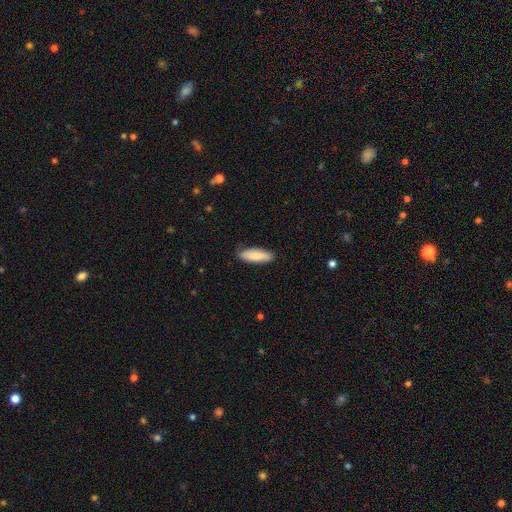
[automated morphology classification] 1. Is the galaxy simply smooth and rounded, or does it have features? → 77% smooth, 17% featured or disk, 6% star or artifact.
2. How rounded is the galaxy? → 57% in between, 41% cigar-shaped, 2% round.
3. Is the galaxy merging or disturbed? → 79% none, 17% minor disturbance, 3% major disturbance, 1% merger.